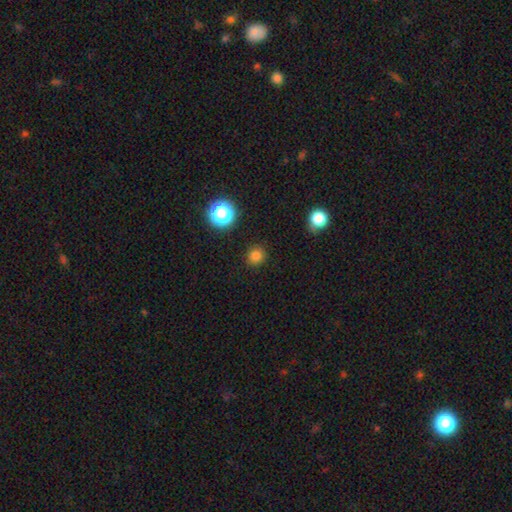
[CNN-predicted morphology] Overall: smooth (79%). How rounded: round (89%). Merging: none (90%).